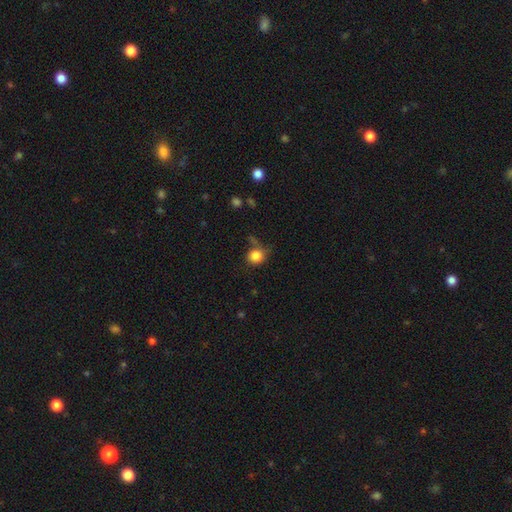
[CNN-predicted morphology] A smooth galaxy with no disk features (84%) that is round (83%).

Vote fractions:
- Smooth or featured? smooth: 84% / star or artifact: 11% / featured or disk: 6%
- How rounded? round: 83% / in between: 16% / cigar-shaped: 1%
- Merging? none: 63% / minor disturbance: 21% / major disturbance: 8% / merger: 7%